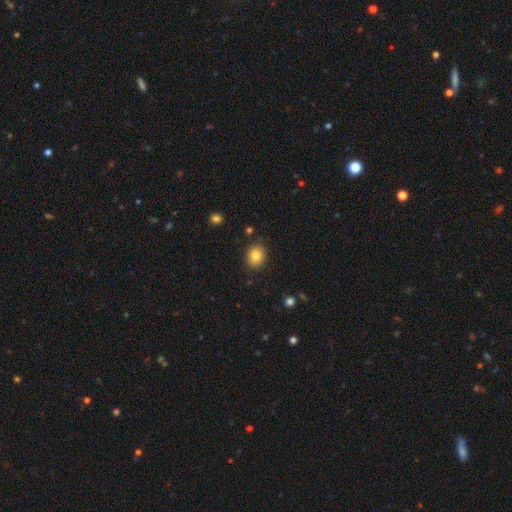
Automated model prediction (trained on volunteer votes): This appears to be a smooth galaxy with no disk features (83%) that is round (57%). Merging: none (87%).